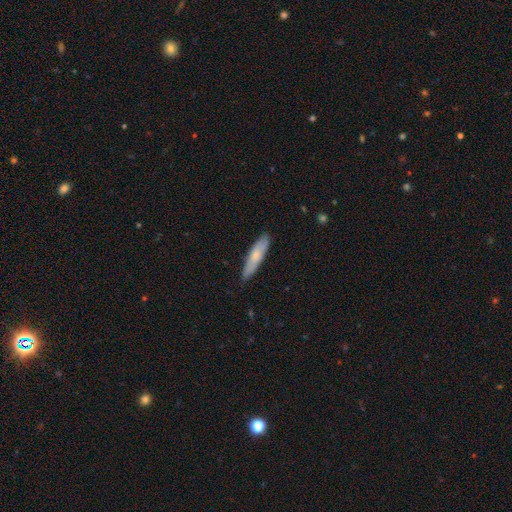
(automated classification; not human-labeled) Q: Smooth or featured?
A: smooth (69%); runner-up: featured or disk (26%)
Q: How rounded?
A: cigar-shaped (78%); runner-up: in between (21%)
Q: Merging?
A: none (86%); runner-up: minor disturbance (11%)